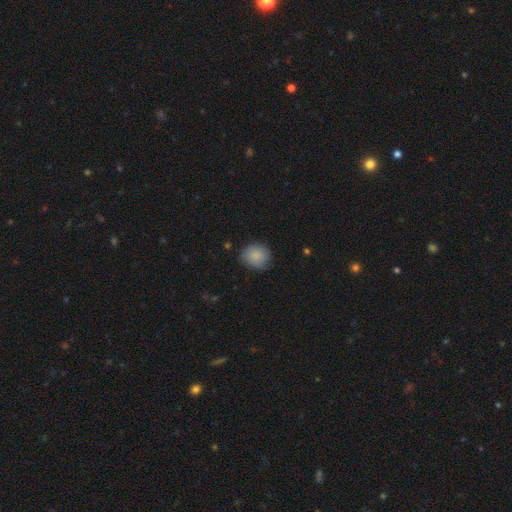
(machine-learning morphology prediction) Q: Smooth or featured?
A: smooth (87%); runner-up: star or artifact (8%)
Q: How rounded?
A: round (81%); runner-up: in between (18%)
Q: Merging?
A: none (80%); runner-up: minor disturbance (16%)